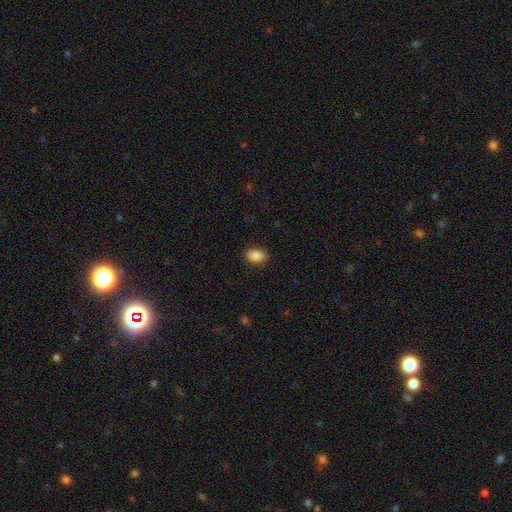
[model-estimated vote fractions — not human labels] This is clearly a smooth galaxy (86%). How rounded: clearly in between (86%). Merging: clearly none (87%).